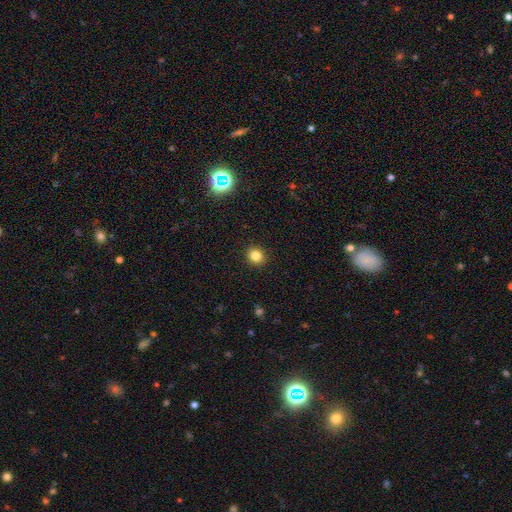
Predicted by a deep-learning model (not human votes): Smooth or featured? Predicted: smooth (p=0.82). How rounded? Predicted: round (p=0.82). Merging? Predicted: none (p=0.92).